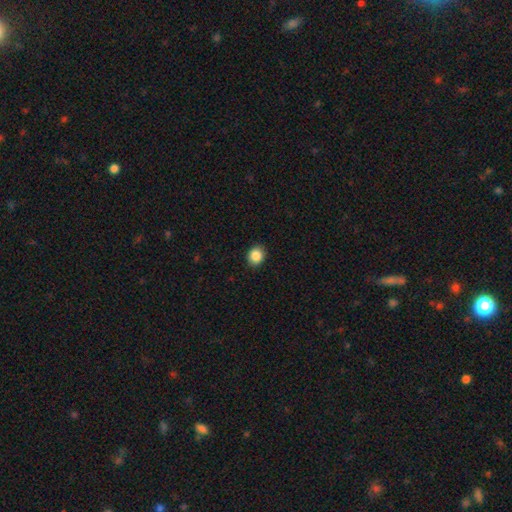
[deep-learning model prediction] Morphology: type=smooth (87%); roundness=round (65%); merging=none (90%).